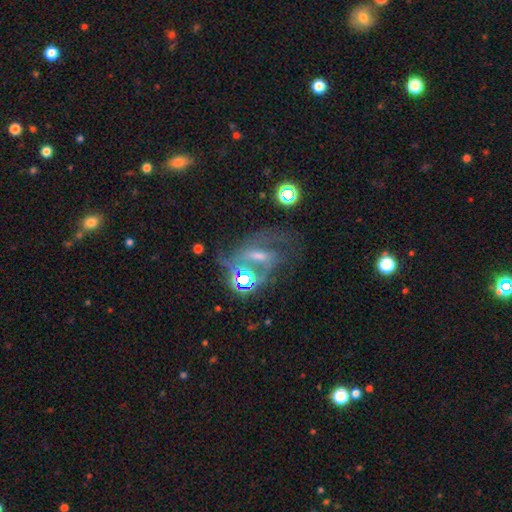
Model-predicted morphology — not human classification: Smooth or featured? Predicted: featured or disk (p=0.61). Edge-on disk? Predicted: no (p=0.93). Bar? Predicted: weak (p=0.40). Spiral arms? Predicted: yes (p=0.80). Bulge size? Predicted: moderate (p=0.42). Merging? Predicted: none (p=0.43).